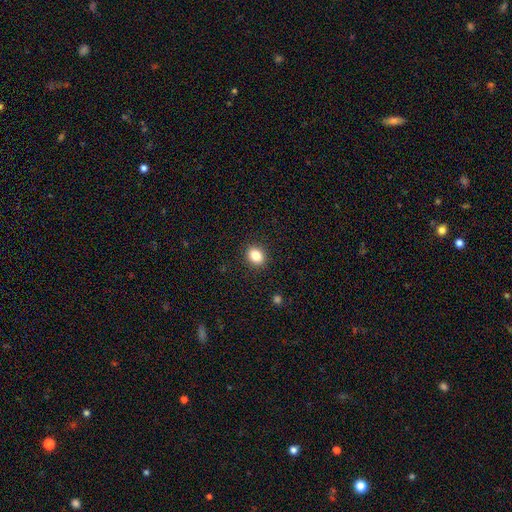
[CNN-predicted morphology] The model was most divided on "how rounded": in between: 50%, round: 49%, cigar-shaped: 1%. More confident: merging — none (90%); smooth or featured — smooth (85%).